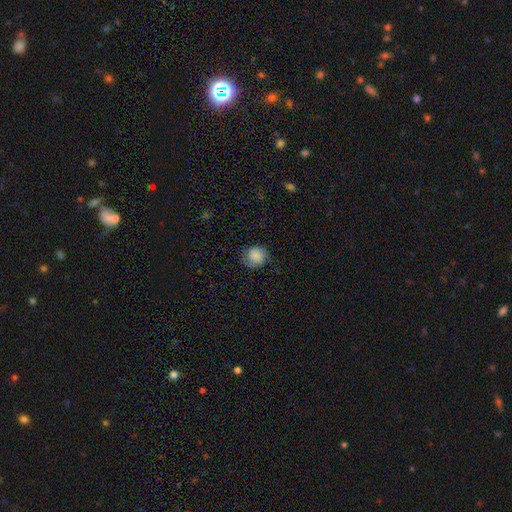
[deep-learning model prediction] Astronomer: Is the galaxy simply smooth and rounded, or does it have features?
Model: smooth — 74%.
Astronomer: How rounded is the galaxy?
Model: round — 76%.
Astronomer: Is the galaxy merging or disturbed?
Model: none — 76%.